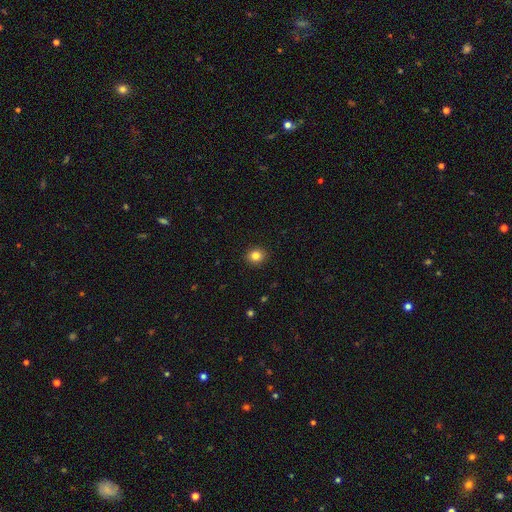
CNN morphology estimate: A smooth galaxy with no disk features (83%) that is round (79%). Merging: none (92%).